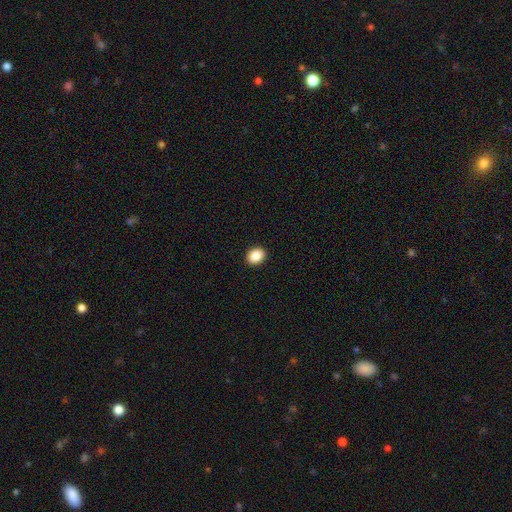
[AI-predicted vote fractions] Morphology: type=smooth (87%); roundness=in between (50%); merging=none (92%).